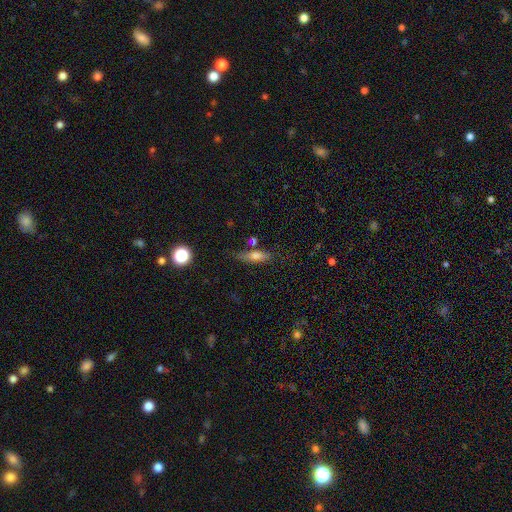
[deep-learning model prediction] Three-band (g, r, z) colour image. It shows a smooth galaxy with no disk features (60%) that is cigar-shaped (56%). Merging: none (69%).